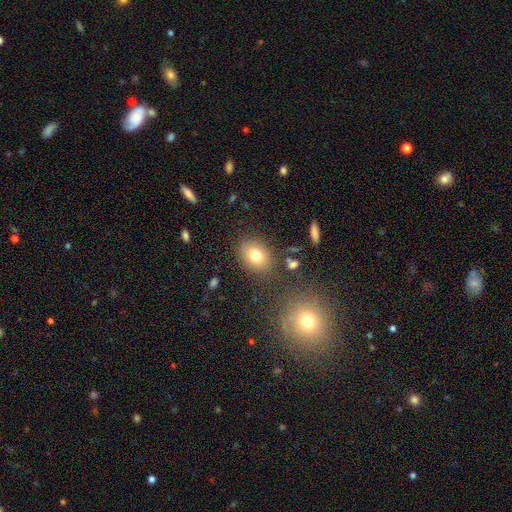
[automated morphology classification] The model was most divided on "how rounded": in between: 59%, round: 40%, cigar-shaped: 1%. More confident: merging — none (82%); smooth or featured — smooth (76%).